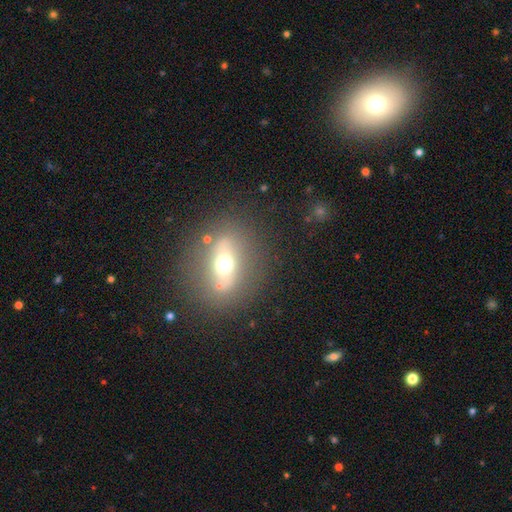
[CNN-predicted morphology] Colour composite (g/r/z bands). It shows a featured or disk galaxy (52%). Merging: none (77%).